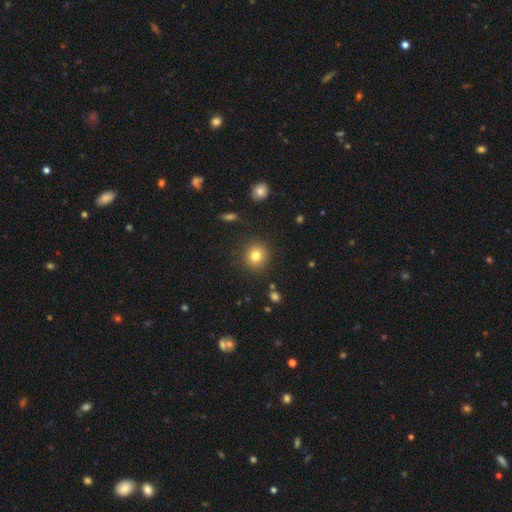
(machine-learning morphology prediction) Q: Smooth or featured?
A: smooth (81%); runner-up: star or artifact (12%)
Q: How rounded?
A: round (90%); runner-up: in between (9%)
Q: Merging?
A: none (89%); runner-up: minor disturbance (7%)